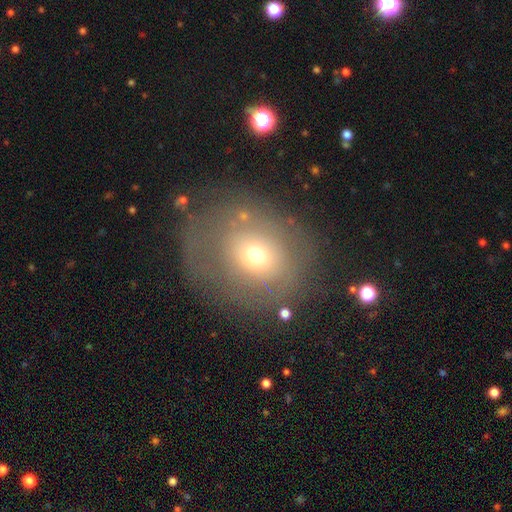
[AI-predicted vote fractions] Morphology: type=smooth (56%); roundness=round (69%); merging=none (62%).